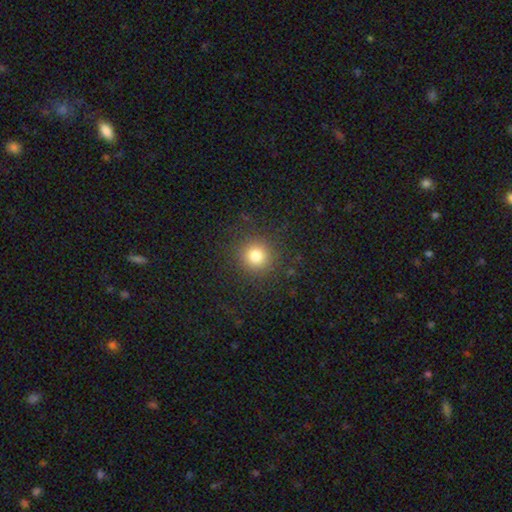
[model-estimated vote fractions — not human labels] smooth-or-featured: smooth: 79% | star or artifact: 14% | featured or disk: 6%
  how-rounded: round: 93% | in between: 6% | cigar-shaped: 1%
  merging: none: 88% | minor disturbance: 7% | major disturbance: 4% | merger: 1%